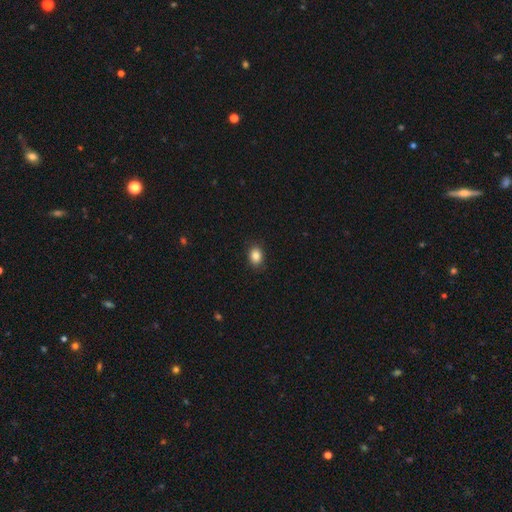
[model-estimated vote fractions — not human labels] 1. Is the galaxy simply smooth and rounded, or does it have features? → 86% smooth, 9% star or artifact, 5% featured or disk.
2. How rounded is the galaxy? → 65% in between, 33% round, 1% cigar-shaped.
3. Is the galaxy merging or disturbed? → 87% none, 10% minor disturbance, 2% major disturbance, 1% merger.